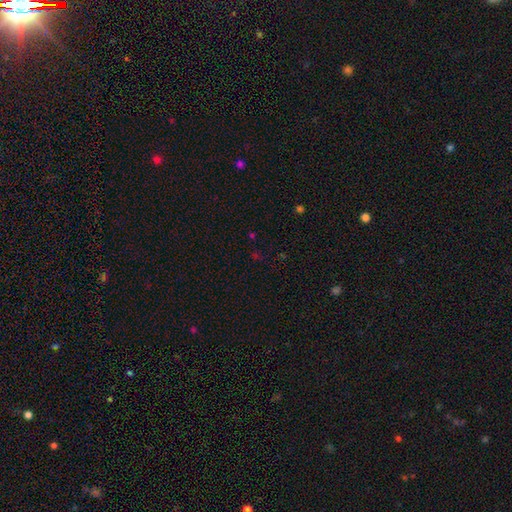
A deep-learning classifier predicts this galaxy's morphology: Smooth or featured? Predicted: star or artifact (p=0.60).